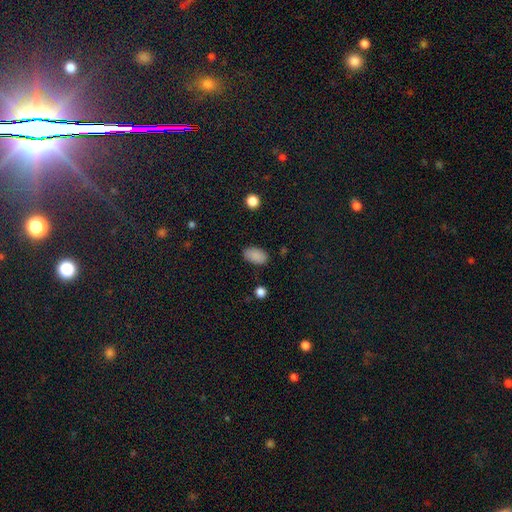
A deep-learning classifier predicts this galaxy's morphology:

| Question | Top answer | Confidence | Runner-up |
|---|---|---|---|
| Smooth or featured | smooth | 87% | star or artifact (9%) |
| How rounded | in between | 93% | round (6%) |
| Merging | none | 83% | minor disturbance (12%) |